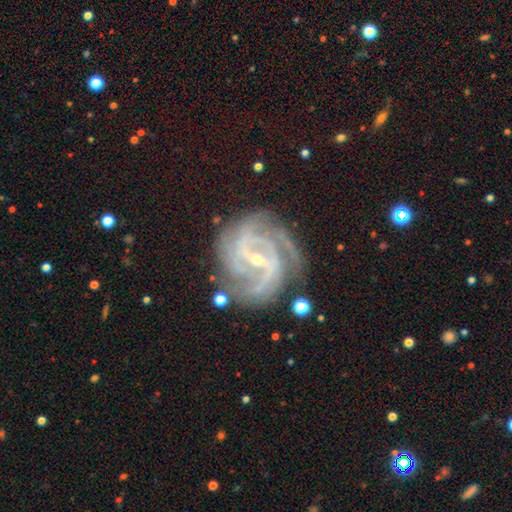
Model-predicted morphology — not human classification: featured or disk 88%, star or artifact 8%, smooth 4%. Down the decision tree: edge-on disk — no (97%); bar — weak (41%); spiral arms — yes (98%); spiral arm count — 2 (30%); spiral winding — tight (56%); bulge size — small (76%); merging — none (72%).